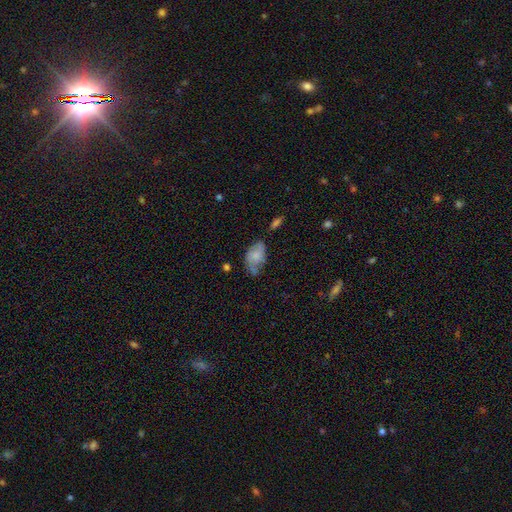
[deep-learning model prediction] A smooth galaxy with no disk features (64%) that is in between round and cigar-shaped (91%). Merging: none (40%).